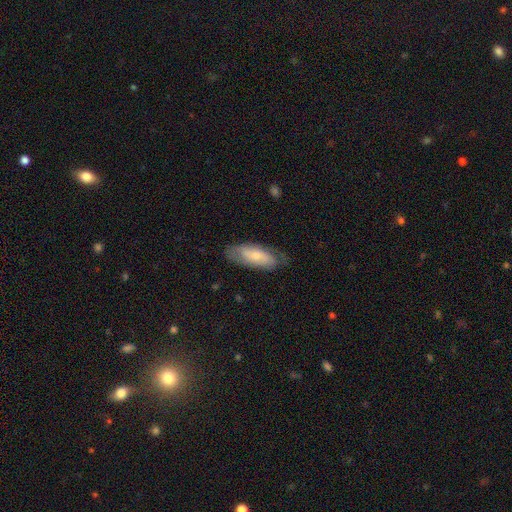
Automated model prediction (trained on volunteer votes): A smooth galaxy with no disk features (56%) that is in between round and cigar-shaped (75%). Merging: none (68%).